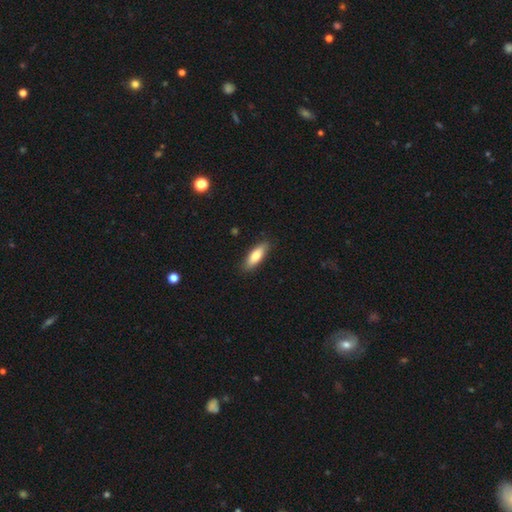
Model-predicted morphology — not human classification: Overall: smooth (79%). How rounded: in between (54%; cigar-shaped 44%). Merging: none (87%).